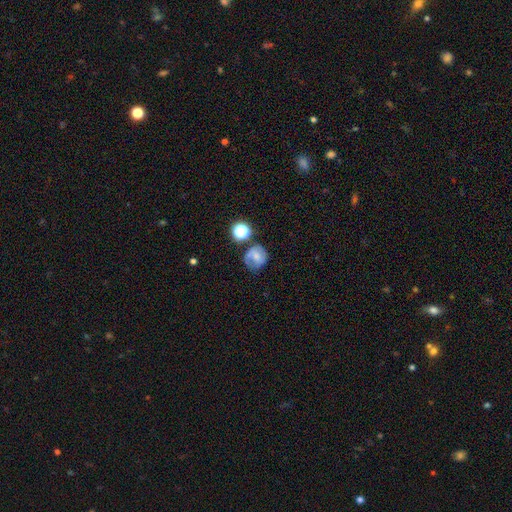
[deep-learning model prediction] Morphology: type=featured or disk (44%, tied with smooth); merging=none (56%).